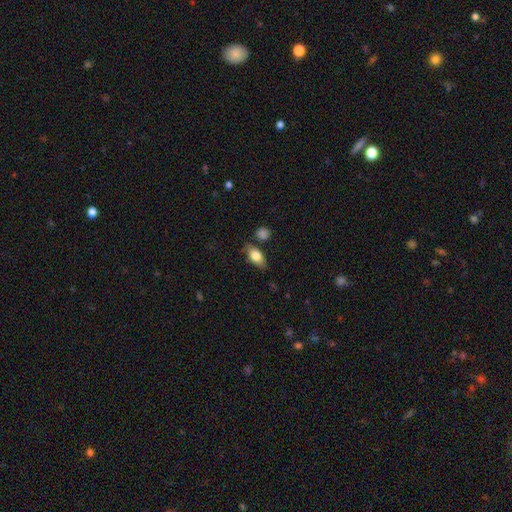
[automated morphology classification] Q: Smooth or featured?
A: smooth (76%); runner-up: featured or disk (17%)
Q: How rounded?
A: in between (85%); runner-up: cigar-shaped (9%)
Q: Merging?
A: none (75%); runner-up: minor disturbance (17%)